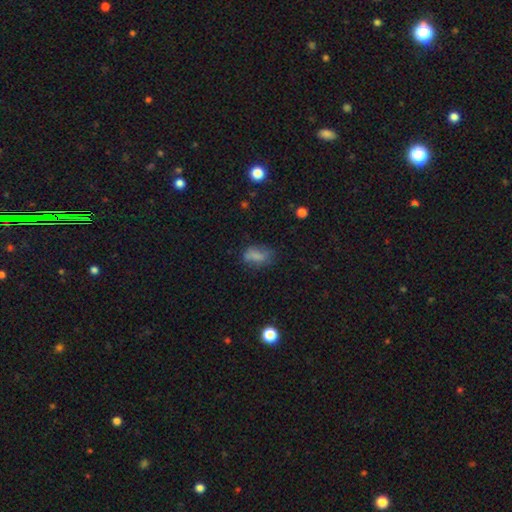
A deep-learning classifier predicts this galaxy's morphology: smooth 72%, featured or disk 16%, star or artifact 13%. Down the decision tree: how rounded — in between (83%); merging — none (53%).